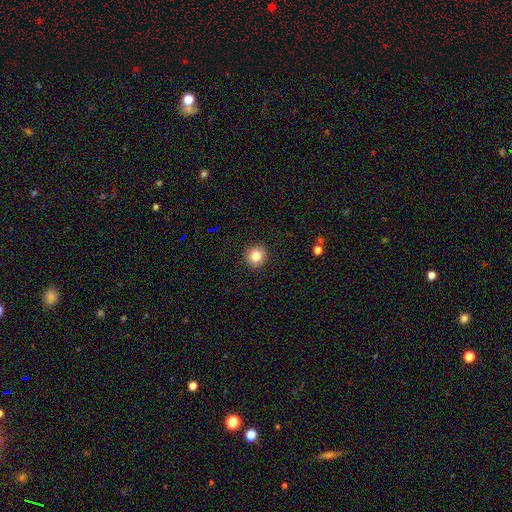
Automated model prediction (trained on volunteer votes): The model was most divided on "smooth or featured": smooth: 83%, star or artifact: 11%, featured or disk: 7%. More confident: merging — none (92%); how rounded — round (92%).